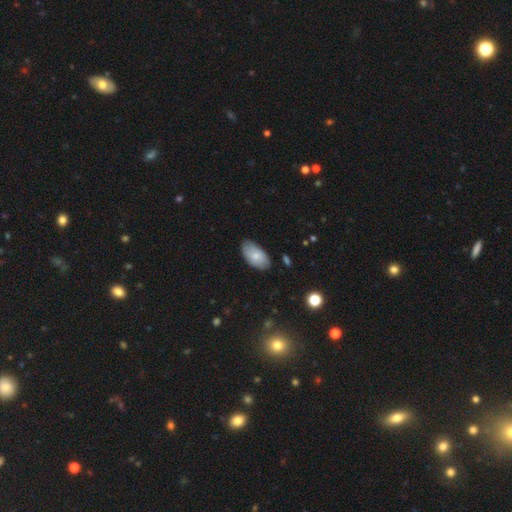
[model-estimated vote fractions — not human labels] Q: Smooth or featured?
A: smooth (75%); runner-up: featured or disk (19%)
Q: How rounded?
A: in between (95%); runner-up: round (3%)
Q: Merging?
A: none (75%); runner-up: minor disturbance (21%)